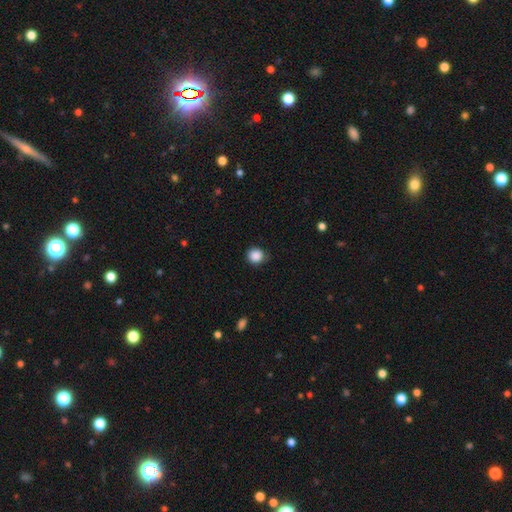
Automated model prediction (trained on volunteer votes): smooth 88%, star or artifact 9%, featured or disk 3%. Down the decision tree: how rounded — round (89%); merging — none (81%).